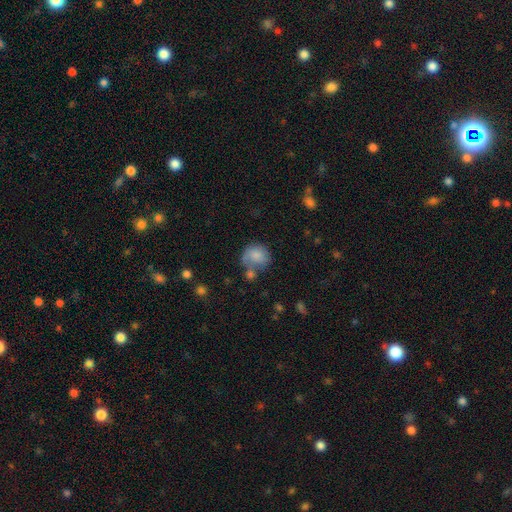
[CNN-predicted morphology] The model was most divided on "merging": none: 44%, minor disturbance: 22%, merger: 21%, major disturbance: 12%. More confident: smooth or featured — smooth (78%); how rounded — round (72%).